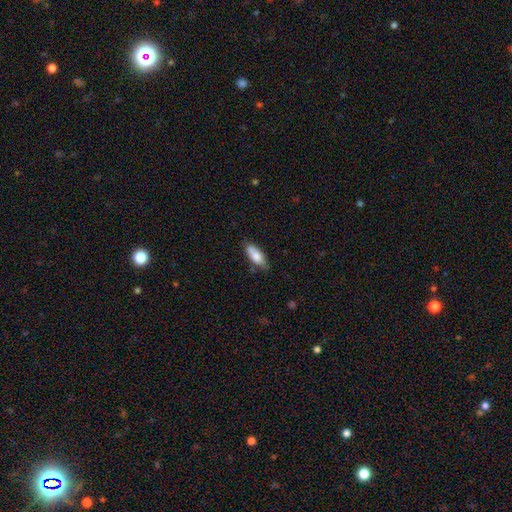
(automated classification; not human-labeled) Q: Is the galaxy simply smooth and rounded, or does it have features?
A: smooth — 81%.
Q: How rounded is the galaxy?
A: in between — 74%.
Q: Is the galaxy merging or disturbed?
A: none — 74%.